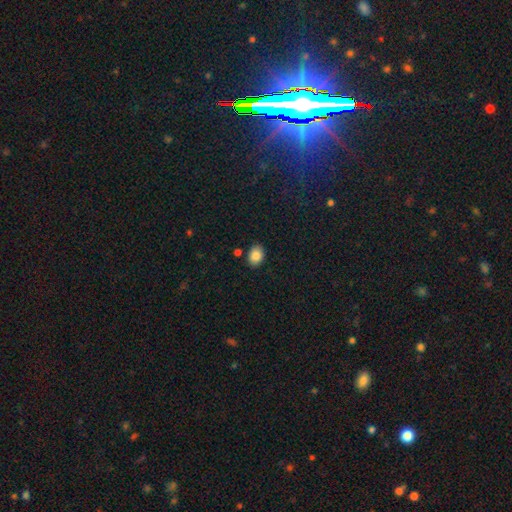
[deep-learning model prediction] A smooth galaxy with no disk features (86%) that is in between round and cigar-shaped (71%). Merging: none (85%).